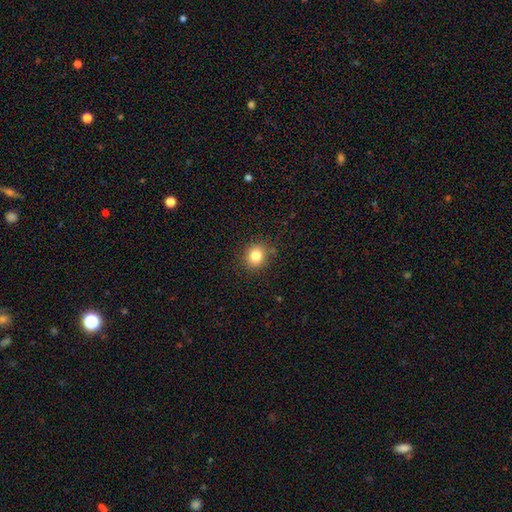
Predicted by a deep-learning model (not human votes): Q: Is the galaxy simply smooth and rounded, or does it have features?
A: smooth — 82%.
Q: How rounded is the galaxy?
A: round — 75%.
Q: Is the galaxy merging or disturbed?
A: none — 86%.